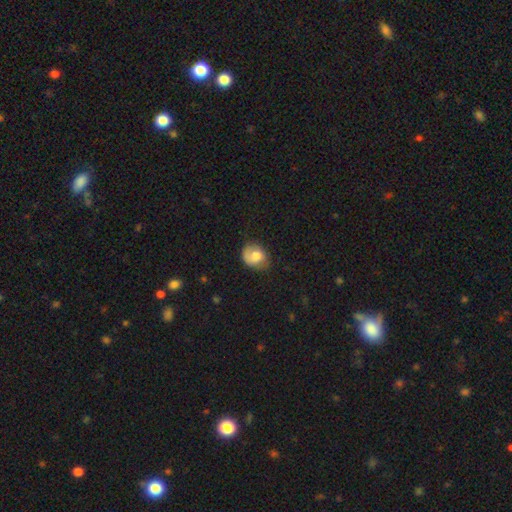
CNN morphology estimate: A smooth galaxy with no disk features (70%) that is round (58%).

Vote fractions:
- Smooth or featured? smooth: 70% / featured or disk: 22% / star or artifact: 8%
- How rounded? round: 58% / in between: 41% / cigar-shaped: 1%
- Merging? none: 59% / minor disturbance: 29% / major disturbance: 10% / merger: 2%